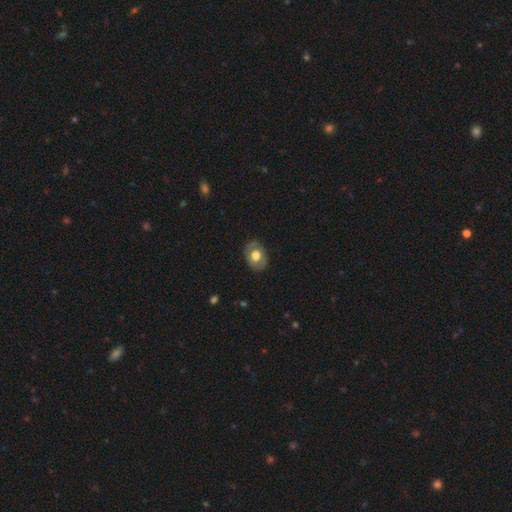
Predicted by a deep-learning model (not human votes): smooth_or_featured: smooth (p=0.48) [alt: featured or disk p=0.46]
merging: none (p=0.80) [alt: minor disturbance p=0.14]